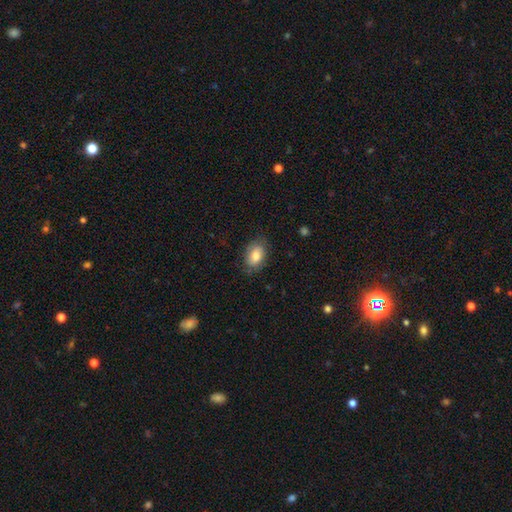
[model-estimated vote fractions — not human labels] The model was most divided on "smooth or featured": smooth: 76%, featured or disk: 17%, star or artifact: 7%. More confident: how rounded — in between (87%); merging — none (78%).